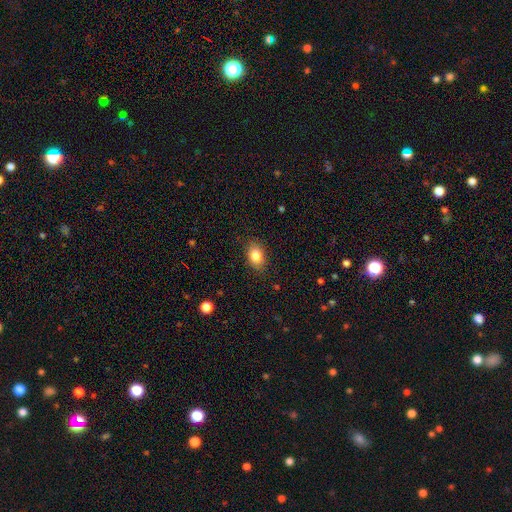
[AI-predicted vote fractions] Overall: smooth (84%). How rounded: in between (76%). Merging: none (85%).